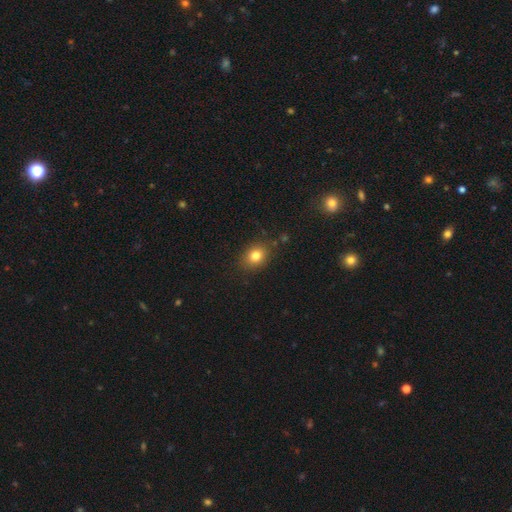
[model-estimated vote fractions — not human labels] A smooth galaxy with no disk features (80%) that is in between round and cigar-shaped (50%). Merging: none (84%).